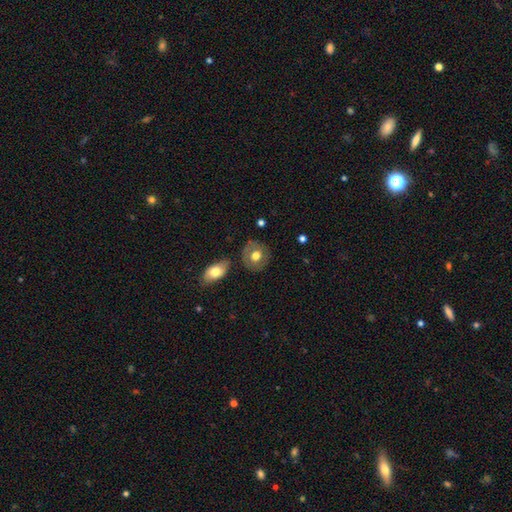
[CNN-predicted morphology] This is likely a smooth galaxy (64%). How rounded: likely round (76%). Merging: clearly none (82%).